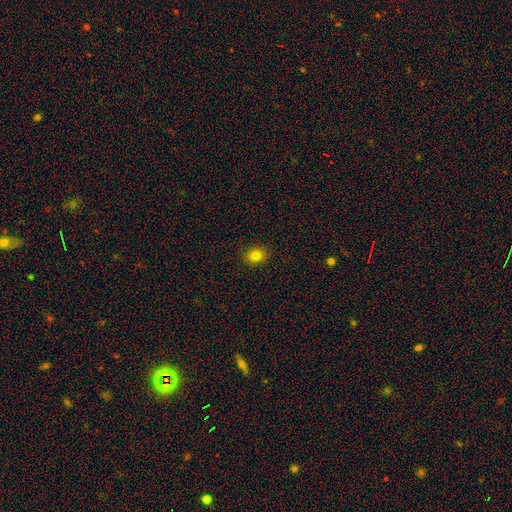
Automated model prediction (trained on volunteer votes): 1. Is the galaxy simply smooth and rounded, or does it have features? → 81% smooth, 13% star or artifact, 6% featured or disk.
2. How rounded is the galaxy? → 68% round, 31% in between, 1% cigar-shaped.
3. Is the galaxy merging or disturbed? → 90% none, 7% minor disturbance, 2% major disturbance, 1% merger.